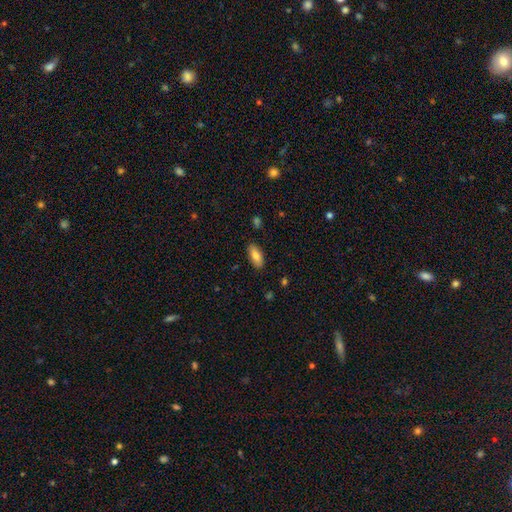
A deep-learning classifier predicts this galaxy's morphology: Smooth or featured: smooth — 82% (featured or disk — 11%)
How rounded: in between — 87% (cigar-shaped — 11%)
Merging: none — 87% (minor disturbance — 9%)